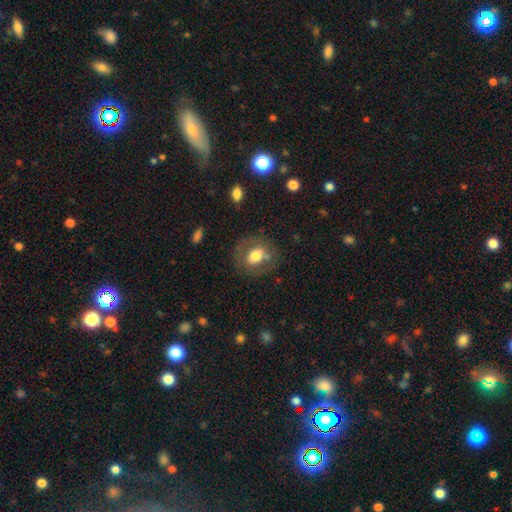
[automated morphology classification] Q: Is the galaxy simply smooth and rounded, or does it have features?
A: smooth — 63%.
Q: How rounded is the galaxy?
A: round — 55%.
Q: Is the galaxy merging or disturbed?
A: none — 73%.